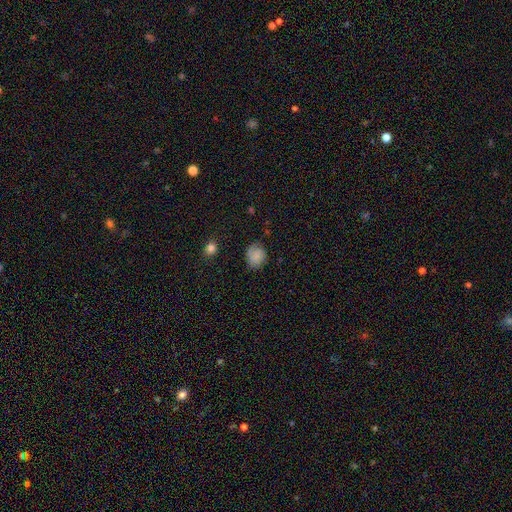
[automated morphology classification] smooth-or-featured: smooth: 74% | featured or disk: 16% | star or artifact: 10%
  how-rounded: round: 59% | in between: 40% | cigar-shaped: 1%
  merging: none: 74% | minor disturbance: 19% | major disturbance: 5% | merger: 2%